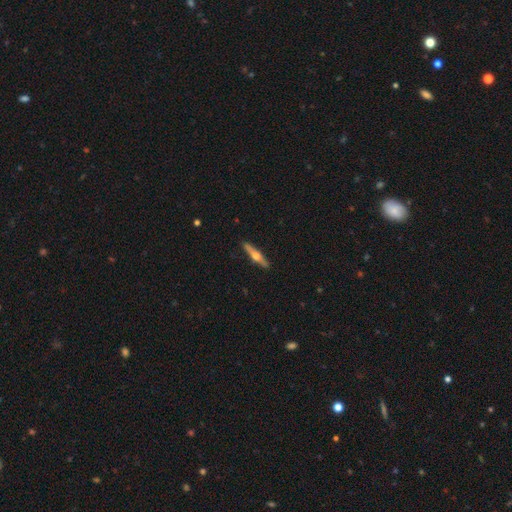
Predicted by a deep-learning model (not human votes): featured or disk 66%, smooth 29%, star or artifact 5%. Down the decision tree: edge-on disk — yes (97%); edge-on bulge — rounded (95%); merging — none (91%).